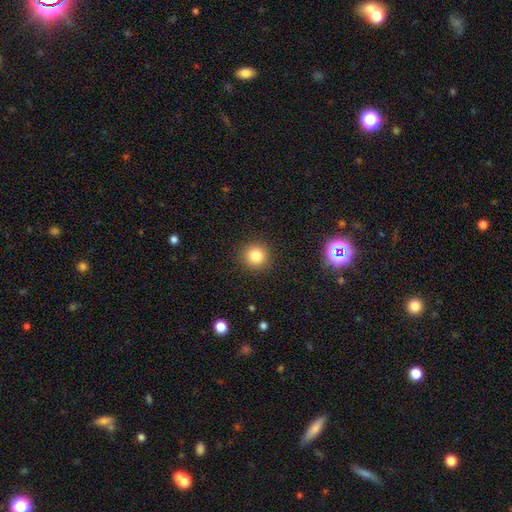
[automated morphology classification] The model was most divided on "smooth or featured": smooth: 83%, star or artifact: 11%, featured or disk: 5%. More confident: how rounded — round (93%); merging — none (91%).